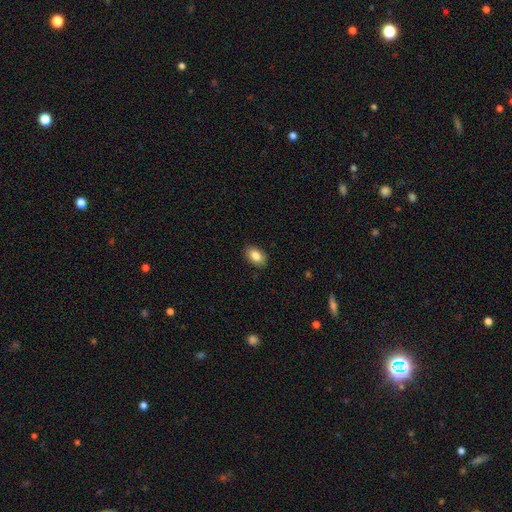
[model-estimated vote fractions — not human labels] smooth_or_featured: smooth (p=0.85) [alt: star or artifact p=0.08]
how_rounded: in between (p=0.89) [alt: round p=0.09]
merging: none (p=0.88) [alt: minor disturbance p=0.09]